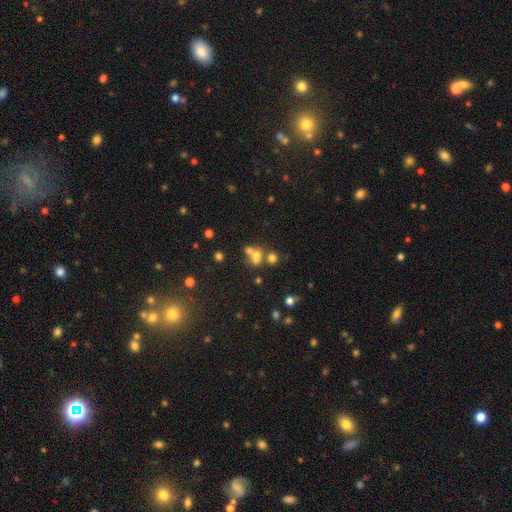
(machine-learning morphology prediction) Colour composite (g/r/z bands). It shows a smooth galaxy with no disk features (61%) that is round (57%). Merging: merger (51%).